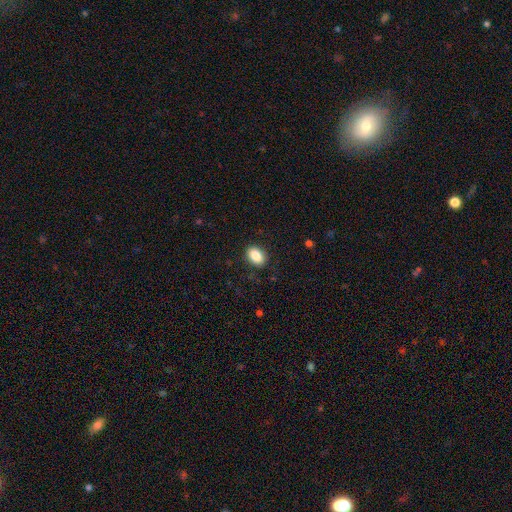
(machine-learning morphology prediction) type=smooth (87%); roundness=in between (83%); merging=none (87%).